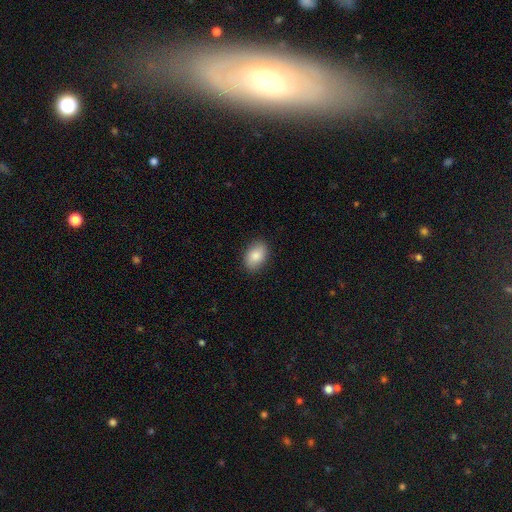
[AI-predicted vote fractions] smooth-or-featured: smooth: 86% | featured or disk: 7% | star or artifact: 7%
  how-rounded: in between: 87% | round: 11% | cigar-shaped: 1%
  merging: none: 88% | minor disturbance: 9% | major disturbance: 2% | merger: 1%